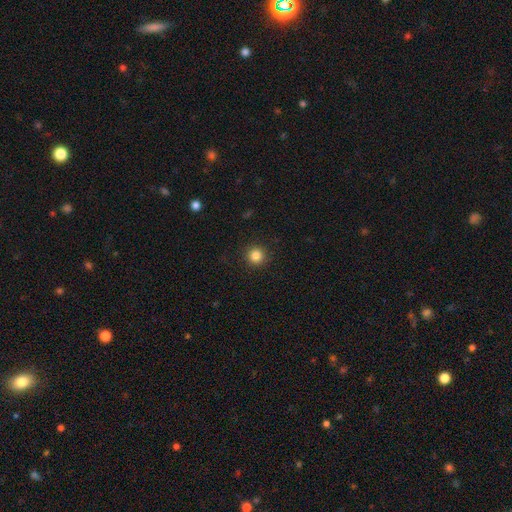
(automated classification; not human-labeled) The model was most divided on "smooth or featured": smooth: 84%, star or artifact: 11%, featured or disk: 4%. More confident: how rounded — round (95%); merging — none (91%).